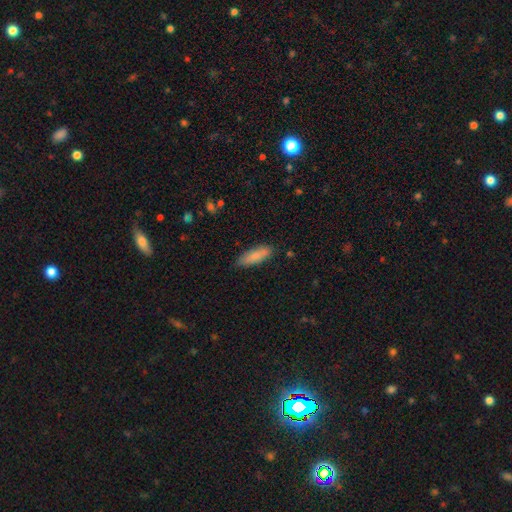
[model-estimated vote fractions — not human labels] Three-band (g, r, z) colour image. It shows a smooth galaxy with no disk features (80%) that is in between round and cigar-shaped (53%). Merging: none (83%).